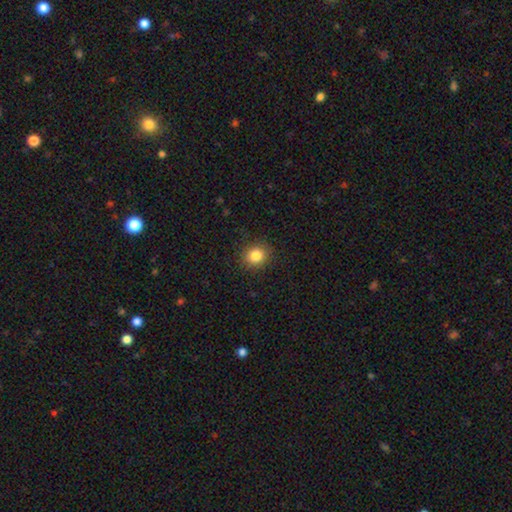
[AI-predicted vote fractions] Q: Smooth or featured?
A: smooth (84%); runner-up: star or artifact (11%)
Q: How rounded?
A: round (77%); runner-up: in between (22%)
Q: Merging?
A: none (89%); runner-up: minor disturbance (7%)